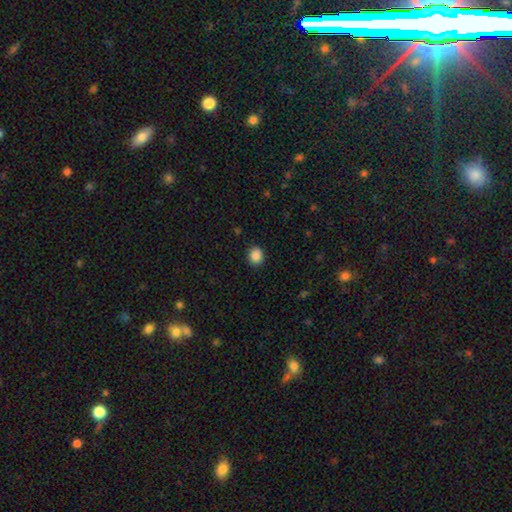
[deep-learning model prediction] Smooth or featured? Predicted: smooth (p=0.87). How rounded? Predicted: round (p=0.70). Merging? Predicted: none (p=0.89).